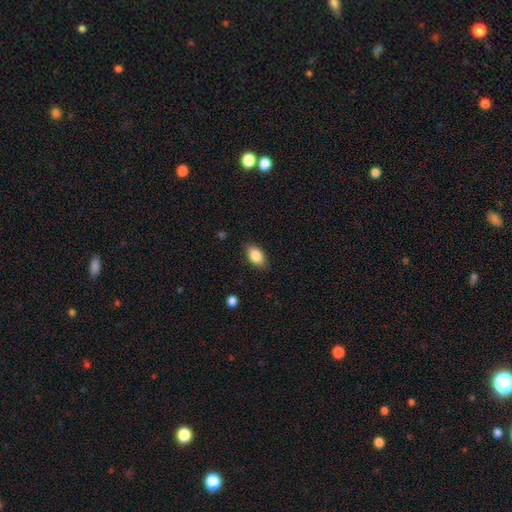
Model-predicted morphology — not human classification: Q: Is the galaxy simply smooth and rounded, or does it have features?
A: smooth — 87%.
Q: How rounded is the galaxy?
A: in between — 91%.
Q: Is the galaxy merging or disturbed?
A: none — 84%.